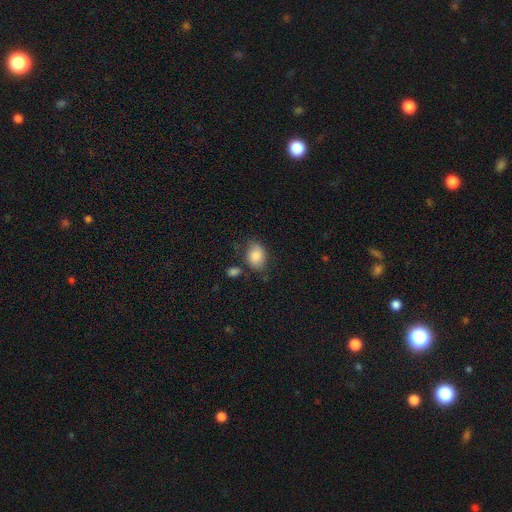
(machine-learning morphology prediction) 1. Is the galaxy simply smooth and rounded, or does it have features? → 83% smooth, 9% featured or disk, 8% star or artifact.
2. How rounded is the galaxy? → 72% in between, 27% round, 1% cigar-shaped.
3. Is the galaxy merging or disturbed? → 65% none, 22% minor disturbance, 7% major disturbance, 6% merger.